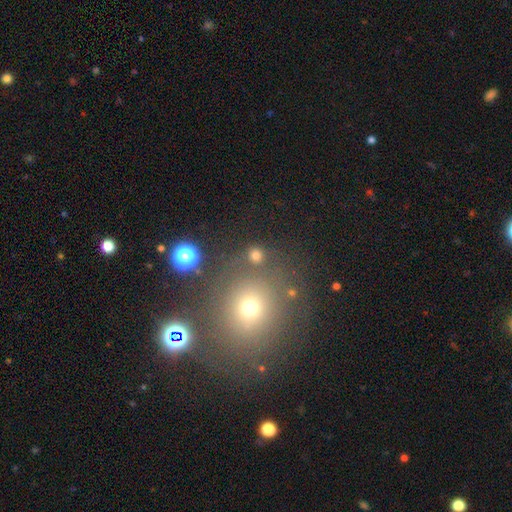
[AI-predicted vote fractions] smooth 75%, star or artifact 19%, featured or disk 6%. Down the decision tree: how rounded — round (90%); merging — none (80%).